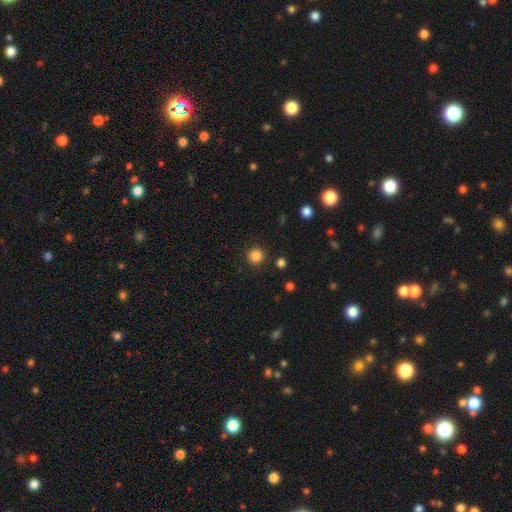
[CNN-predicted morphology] A smooth galaxy with no disk features (85%) that is round (95%).

Vote fractions:
- Smooth or featured? smooth: 85% / star or artifact: 12% / featured or disk: 3%
- How rounded? round: 95% / in between: 4% / cigar-shaped: 1%
- Merging? none: 92% / minor disturbance: 5% / major disturbance: 2% / merger: 2%